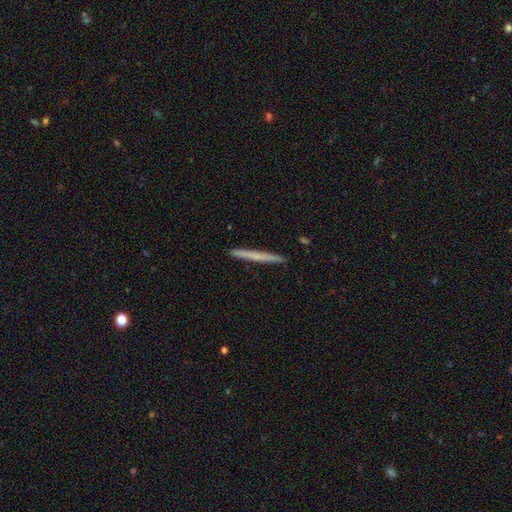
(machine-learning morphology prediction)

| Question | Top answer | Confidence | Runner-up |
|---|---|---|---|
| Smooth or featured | smooth | 56% | featured or disk (38%) |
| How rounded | cigar-shaped | 97% | in between (2%) |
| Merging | none | 93% | minor disturbance (5%) |